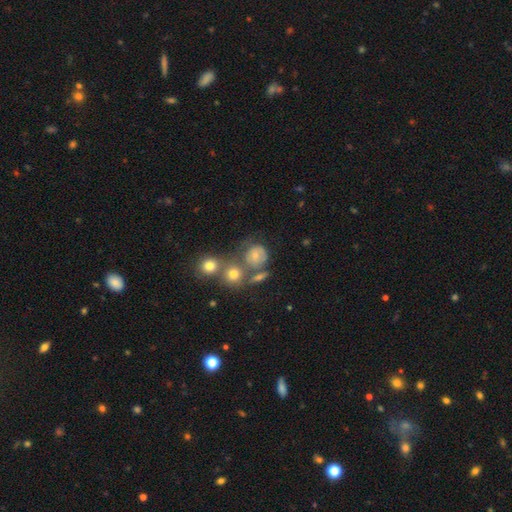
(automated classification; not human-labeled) smooth-or-featured: smooth: 59% | featured or disk: 27% | star or artifact: 13%
  how-rounded: round: 78% | in between: 21% | cigar-shaped: 1%
  merging: none: 47% | merger: 26% | minor disturbance: 18% | major disturbance: 10%